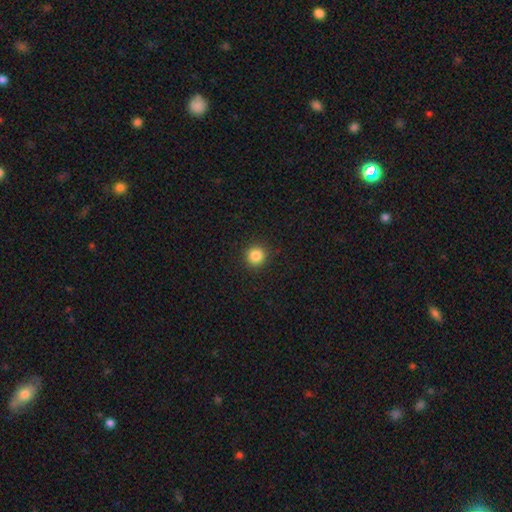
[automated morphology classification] A smooth galaxy with no disk features (84%) that is round (94%). Merging: none (92%).